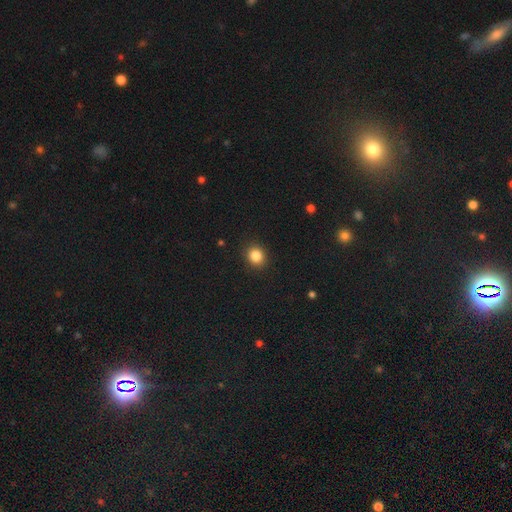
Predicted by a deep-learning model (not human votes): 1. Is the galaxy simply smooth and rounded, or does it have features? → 85% smooth, 11% star or artifact, 4% featured or disk.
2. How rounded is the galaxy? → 76% round, 23% in between, 1% cigar-shaped.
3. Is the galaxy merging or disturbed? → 91% none, 6% minor disturbance, 2% major disturbance, 1% merger.